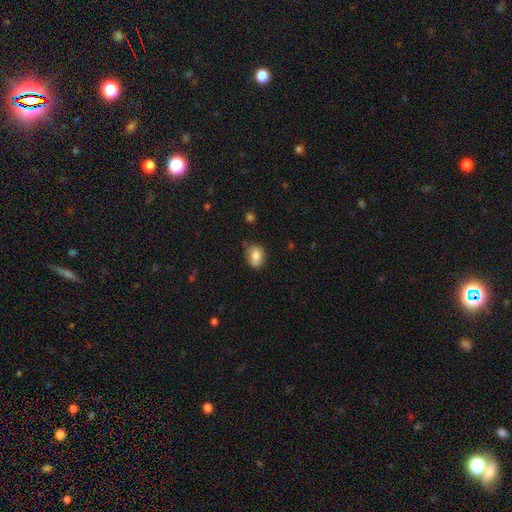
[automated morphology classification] Smooth or featured: smooth — 82% (featured or disk — 10%)
How rounded: in between — 67% (round — 32%)
Merging: none — 63% (minor disturbance — 29%)